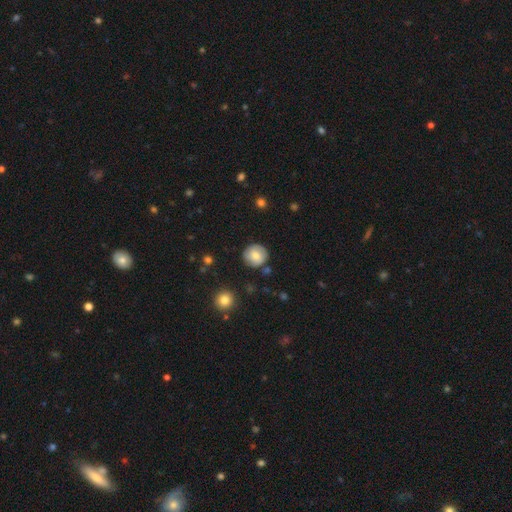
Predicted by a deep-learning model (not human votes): smooth 72%, featured or disk 20%, star or artifact 8%. Down the decision tree: how rounded — round (93%); merging — none (84%).